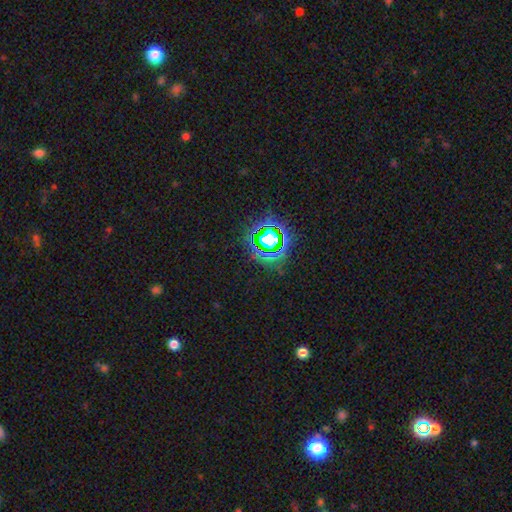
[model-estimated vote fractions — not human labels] smooth_or_featured: star or artifact (p=0.80) [alt: smooth p=0.13]